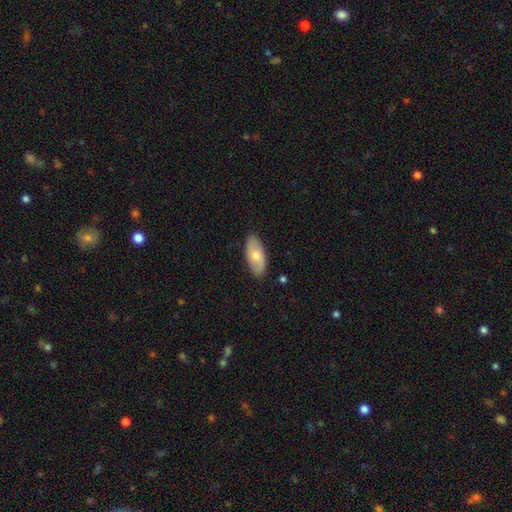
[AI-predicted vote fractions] This appears to be a smooth galaxy with no disk features (61%) that is in between round and cigar-shaped (90%). Merging: none (87%).